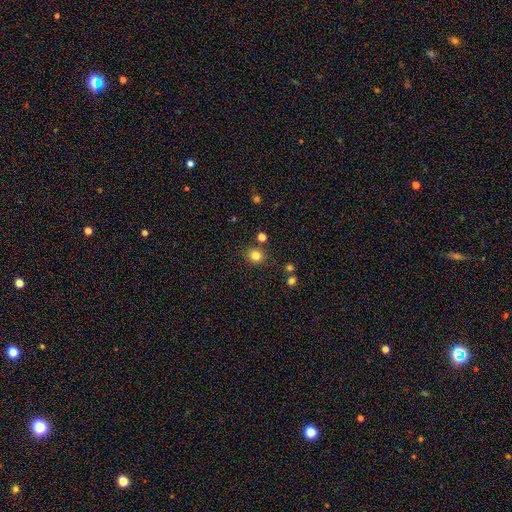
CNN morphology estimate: smooth_or_featured: smooth (p=0.82) [alt: star or artifact p=0.13]
how_rounded: round (p=0.84) [alt: in between p=0.16]
merging: none (p=0.85) [alt: minor disturbance p=0.08]